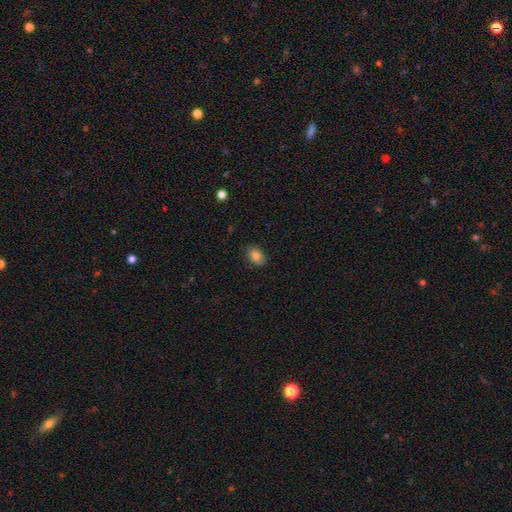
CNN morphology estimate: Smooth or featured?
  - smooth: 84% *
  - star or artifact: 9%
  - featured or disk: 7%
How rounded?
  - in between: 82% *
  - round: 17%
  - cigar-shaped: 1%
Merging?
  - none: 85% *
  - minor disturbance: 11%
  - major disturbance: 2%
  - merger: 1%